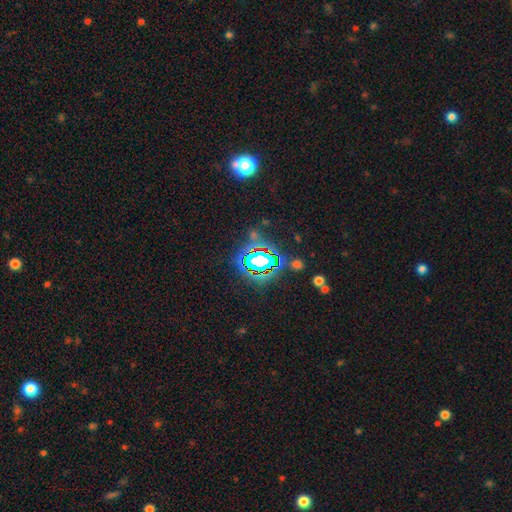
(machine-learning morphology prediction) Smooth or featured? star or artifact (80%)